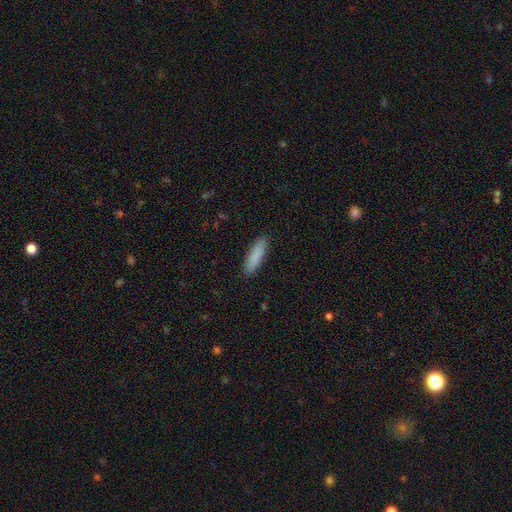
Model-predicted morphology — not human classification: Q: Smooth or featured?
A: smooth (88%); runner-up: featured or disk (6%)
Q: How rounded?
A: cigar-shaped (68%); runner-up: in between (31%)
Q: Merging?
A: none (90%); runner-up: minor disturbance (7%)